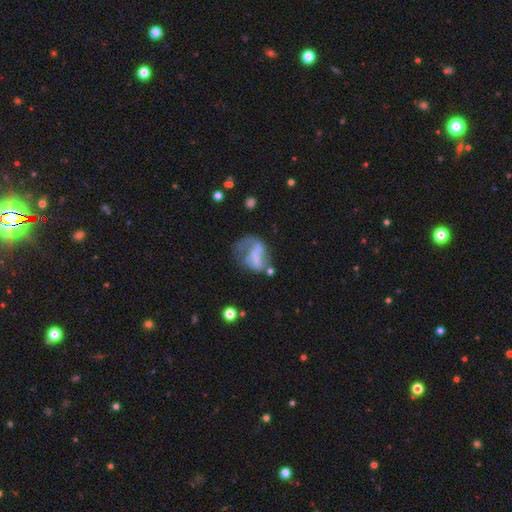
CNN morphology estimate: Overall: featured or disk (53%; smooth 35%). Edge-on disk: no (97%). Bar: no (55%; weak 26%). Spiral arms: no (55%; yes 45%). Bulge size: none (70%). Merging: major disturbance (47%; none 25%).